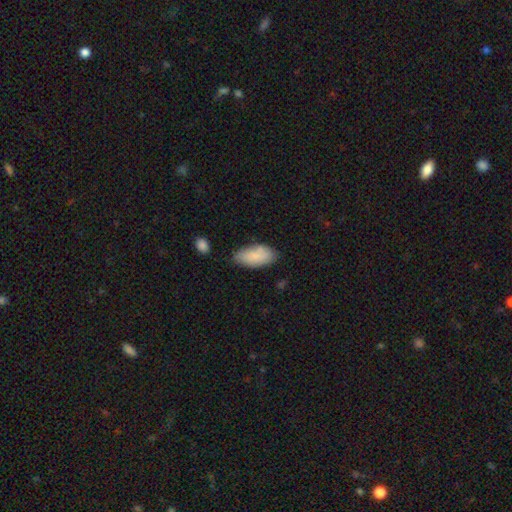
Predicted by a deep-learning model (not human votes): Smooth or featured? Predicted: smooth (p=0.83). How rounded? Predicted: in between (p=0.92). Merging? Predicted: none (p=0.69).